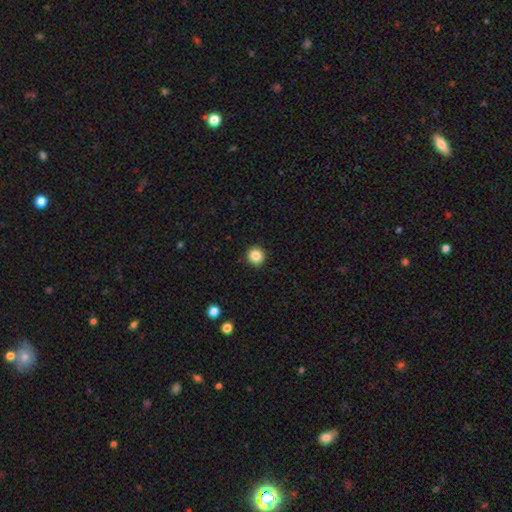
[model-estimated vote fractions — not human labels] Overall: smooth (85%). How rounded: round (94%). Merging: none (93%).